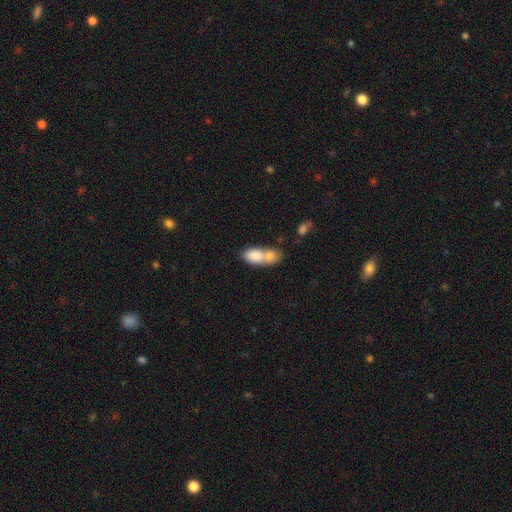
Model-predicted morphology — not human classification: Q: Smooth or featured?
A: smooth (79%); runner-up: featured or disk (14%)
Q: How rounded?
A: in between (86%); runner-up: round (9%)
Q: Merging?
A: merger (68%); runner-up: none (20%)